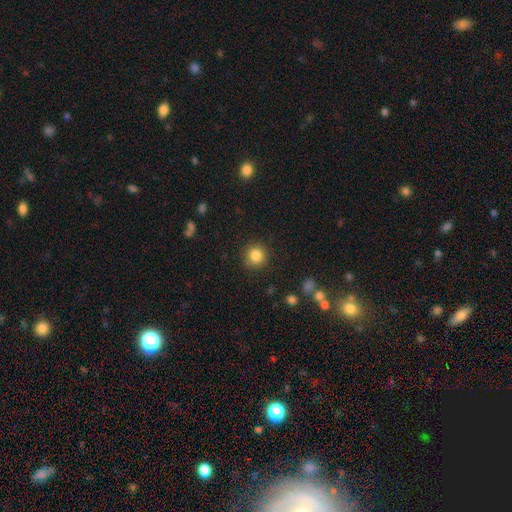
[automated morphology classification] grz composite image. It shows a smooth galaxy with no disk features (84%) that is round (92%). Merging: none (88%).